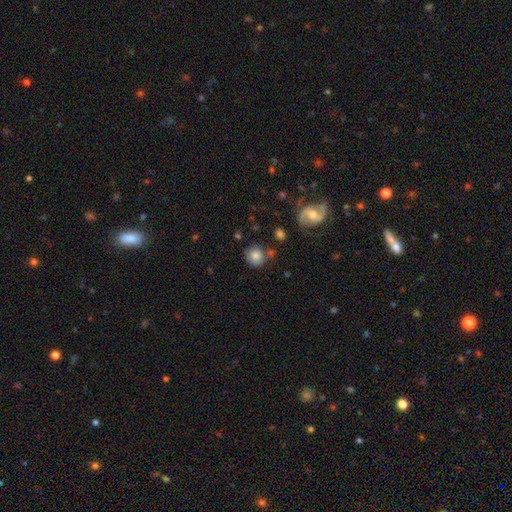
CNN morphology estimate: This appears to be a smooth galaxy with no disk features (80%) that is round (86%). Merging: none (70%).